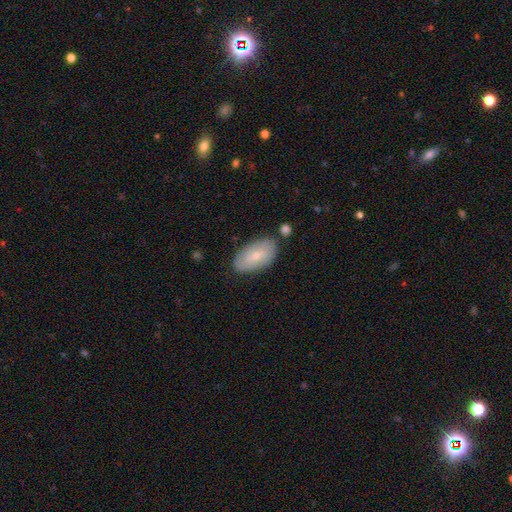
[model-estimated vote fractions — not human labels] This appears to be a smooth galaxy with no disk features (61%) that is in between round and cigar-shaped (94%). Merging: none (75%).